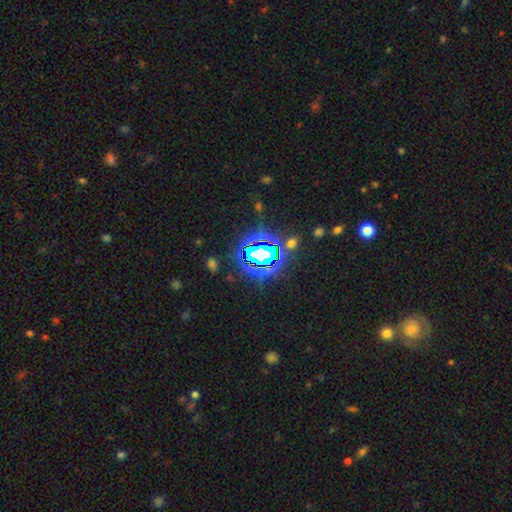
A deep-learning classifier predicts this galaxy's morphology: Overall: star or artifact (75%).